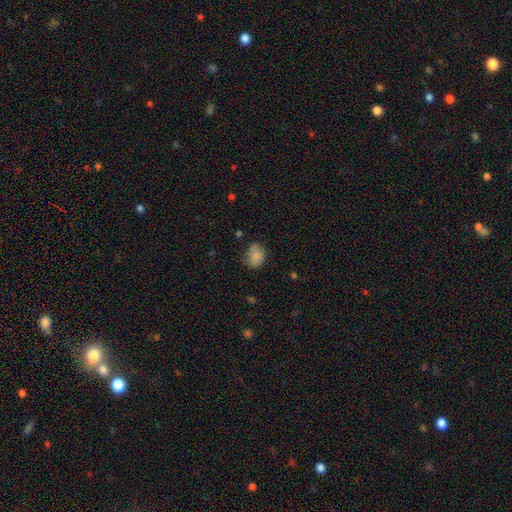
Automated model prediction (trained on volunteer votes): The model was most divided on "how rounded": in between: 52%, round: 47%, cigar-shaped: 1%. More confident: smooth or featured — smooth (80%); merging — none (59%).